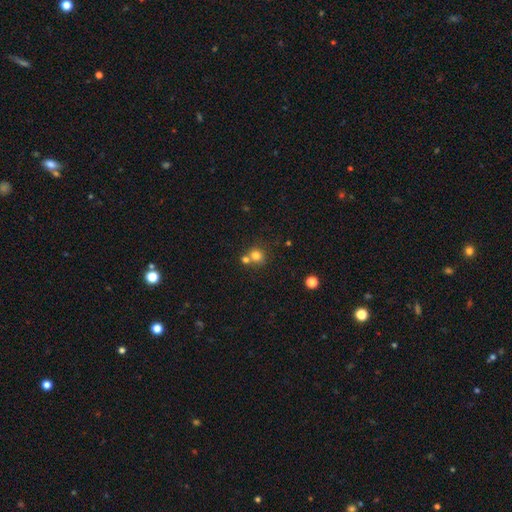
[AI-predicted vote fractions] A smooth galaxy with no disk features (77%) that is round (80%). Merging: none (53%).